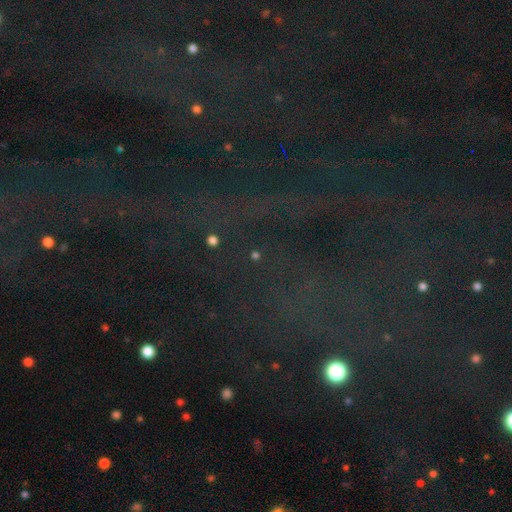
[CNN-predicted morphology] This appears to be a star or artifact, not a galaxy (73%).